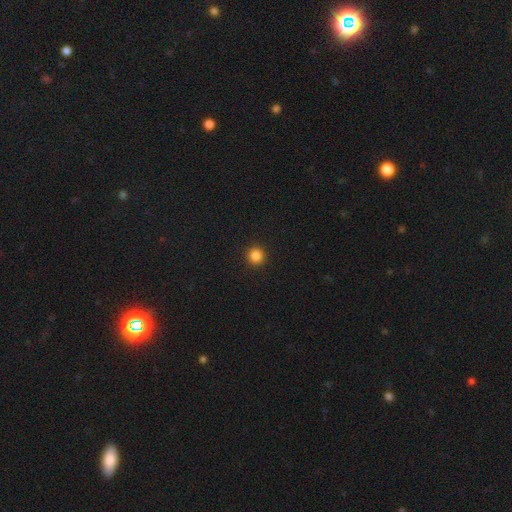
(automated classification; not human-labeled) Smooth or featured: smooth — 85% (star or artifact — 12%)
How rounded: round — 96% (in between — 3%)
Merging: none — 94% (minor disturbance — 4%)